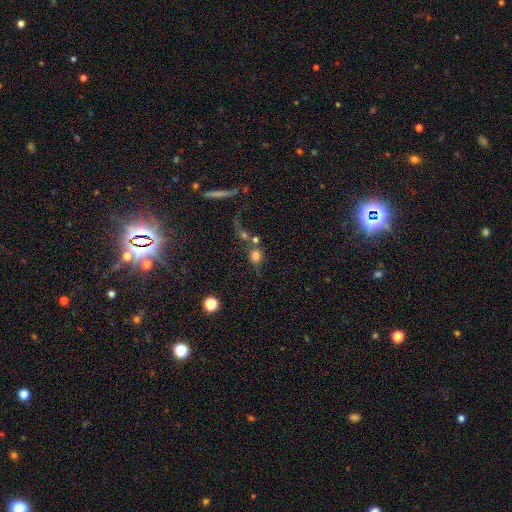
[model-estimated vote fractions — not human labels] Smooth or featured?
  - smooth: 74% *
  - star or artifact: 13%
  - featured or disk: 12%
How rounded?
  - round: 79% *
  - in between: 19%
  - cigar-shaped: 2%
Merging?
  - none: 40% *
  - merger: 34%
  - major disturbance: 14%
  - minor disturbance: 12%